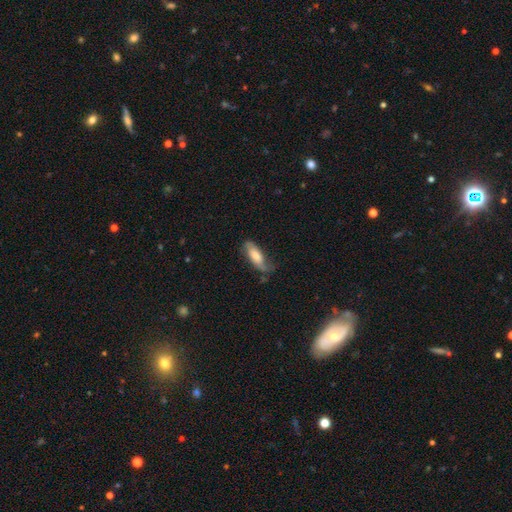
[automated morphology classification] Q: Smooth or featured?
A: smooth (55%); runner-up: featured or disk (39%)
Q: How rounded?
A: in between (69%); runner-up: cigar-shaped (29%)
Q: Merging?
A: none (57%); runner-up: minor disturbance (29%)